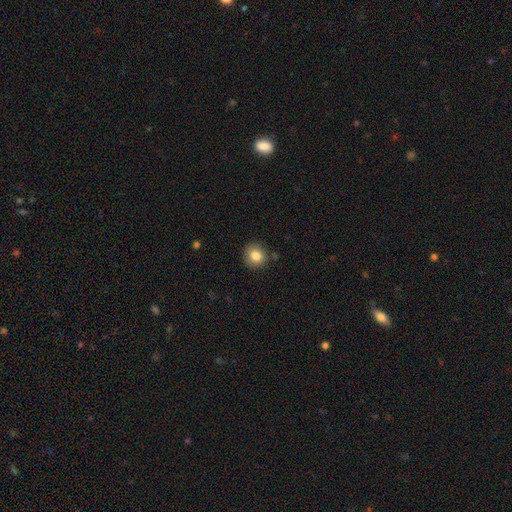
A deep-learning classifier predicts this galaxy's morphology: Smooth or featured: smooth — 83% (star or artifact — 10%)
How rounded: round — 87% (in between — 13%)
Merging: none — 86% (minor disturbance — 9%)